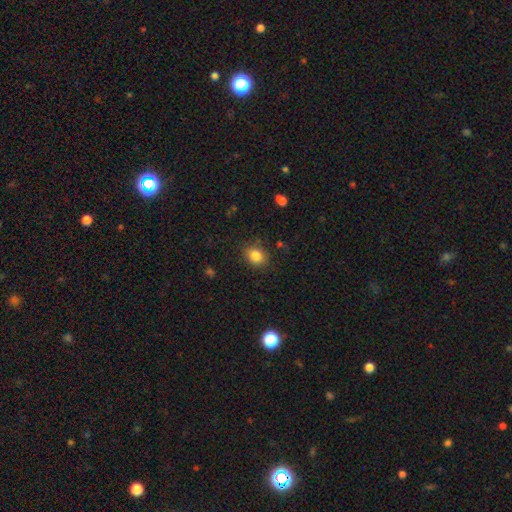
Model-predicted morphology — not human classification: type=smooth (84%); roundness=round (59%); merging=none (83%).